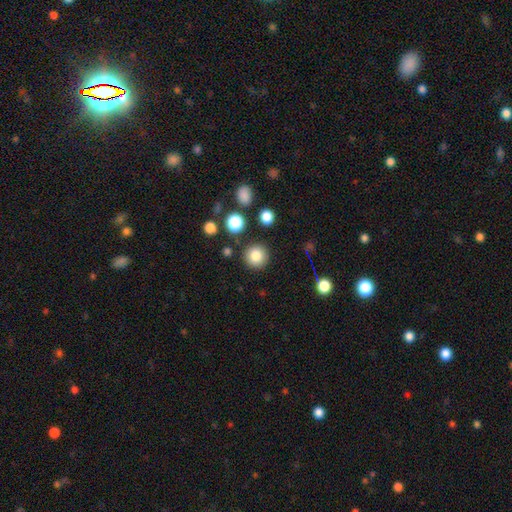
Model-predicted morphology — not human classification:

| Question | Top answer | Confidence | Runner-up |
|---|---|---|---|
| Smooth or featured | smooth | 83% | star or artifact (11%) |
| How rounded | round | 94% | in between (5%) |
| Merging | none | 88% | minor disturbance (7%) |